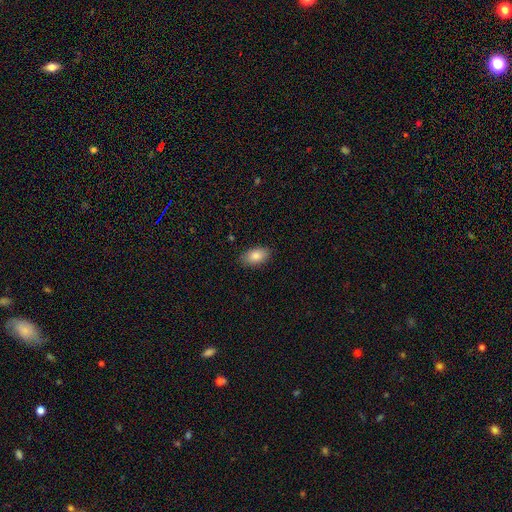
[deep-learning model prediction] The model was most divided on "merging": none: 86%, minor disturbance: 11%, major disturbance: 2%, merger: 1%. More confident: how rounded — in between (92%); smooth or featured — smooth (85%).